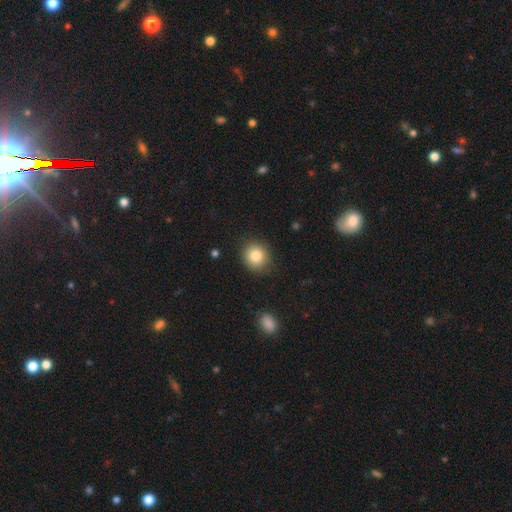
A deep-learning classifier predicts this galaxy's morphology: This is clearly a smooth galaxy (83%). How rounded: clearly round (84%). Merging: clearly none (85%).